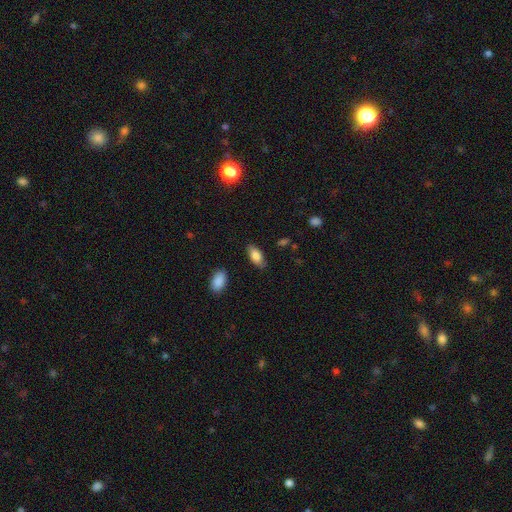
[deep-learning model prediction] Q: Smooth or featured?
A: smooth (83%); runner-up: featured or disk (10%)
Q: How rounded?
A: in between (91%); runner-up: cigar-shaped (6%)
Q: Merging?
A: none (83%); runner-up: minor disturbance (13%)